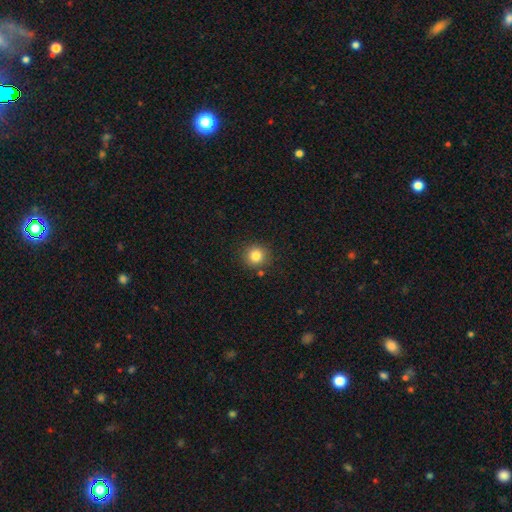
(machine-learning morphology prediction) smooth-or-featured: smooth: 83% | star or artifact: 11% | featured or disk: 5%
  how-rounded: round: 92% | in between: 7% | cigar-shaped: 1%
  merging: none: 87% | minor disturbance: 8% | merger: 3% | major disturbance: 2%